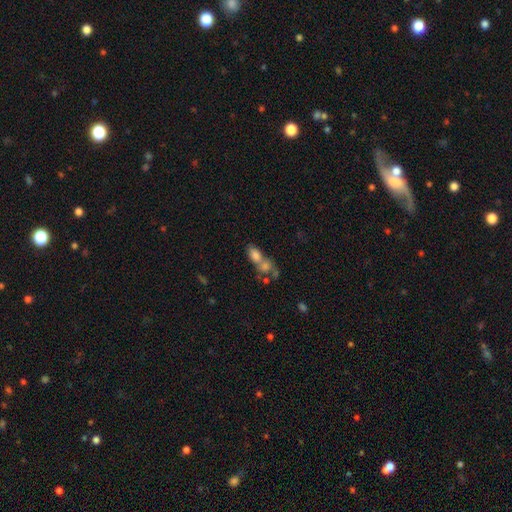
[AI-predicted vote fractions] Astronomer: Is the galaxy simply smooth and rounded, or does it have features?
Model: smooth — 74%.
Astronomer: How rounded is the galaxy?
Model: in between — 83%.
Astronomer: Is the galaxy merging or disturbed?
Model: merger — 62%.